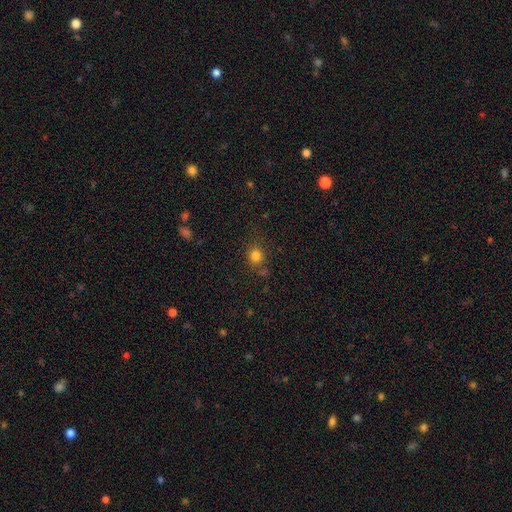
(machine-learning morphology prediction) Q: Smooth or featured?
A: smooth (80%); runner-up: star or artifact (14%)
Q: How rounded?
A: round (85%); runner-up: in between (14%)
Q: Merging?
A: none (73%); runner-up: minor disturbance (14%)